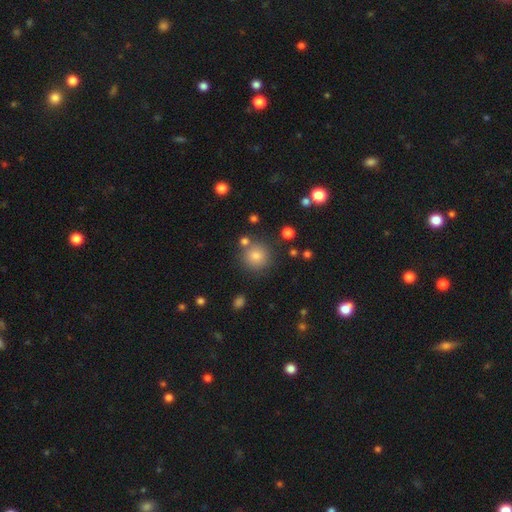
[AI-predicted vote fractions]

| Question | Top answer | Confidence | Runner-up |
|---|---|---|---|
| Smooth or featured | smooth | 78% | star or artifact (14%) |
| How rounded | round | 94% | in between (5%) |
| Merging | none | 82% | minor disturbance (8%) |